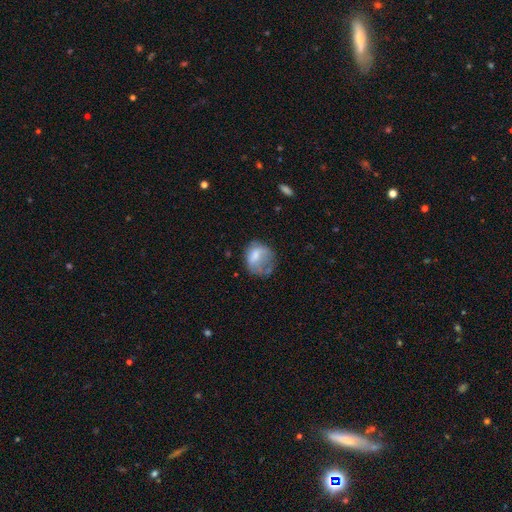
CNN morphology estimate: type=smooth (61%); roundness=round (56%); merging=major disturbance (35%).